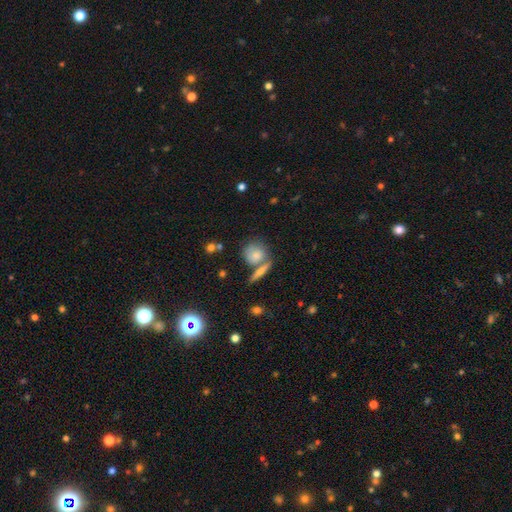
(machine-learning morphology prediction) smooth-or-featured: smooth: 72% | featured or disk: 20% | star or artifact: 8%
  how-rounded: round: 72% | in between: 23% | cigar-shaped: 5%
  merging: none: 54% | merger: 29% | minor disturbance: 13% | major disturbance: 5%